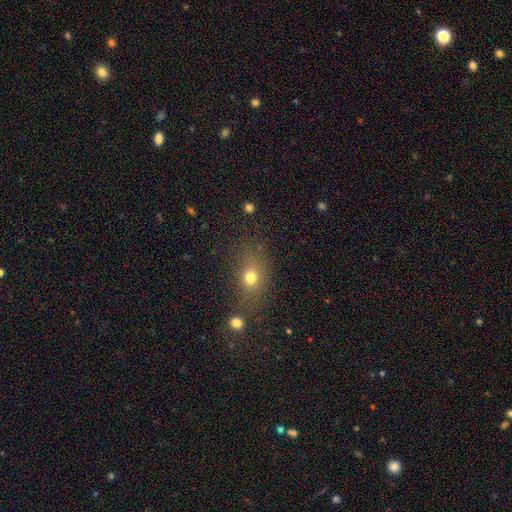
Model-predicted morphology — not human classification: Q: Smooth or featured?
A: smooth (60%); runner-up: star or artifact (28%)
Q: How rounded?
A: in between (51%); runner-up: round (46%)
Q: Merging?
A: none (69%); runner-up: minor disturbance (13%)